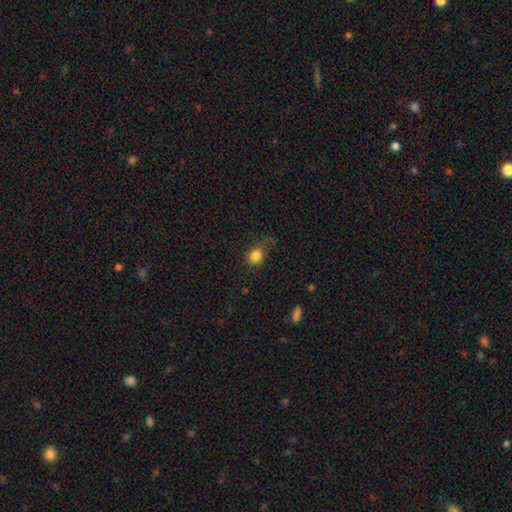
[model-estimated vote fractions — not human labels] This is clearly a smooth galaxy (83%). How rounded: likely round (70%). Merging: possibly none (60%).